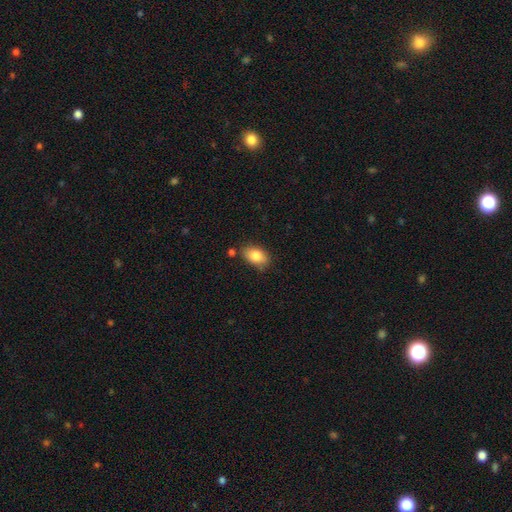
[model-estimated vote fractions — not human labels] A smooth galaxy with no disk features (85%) that is in between round and cigar-shaped (88%).

Vote fractions:
- Smooth or featured? smooth: 85% / featured or disk: 8% / star or artifact: 7%
- How rounded? in between: 88% / round: 11% / cigar-shaped: 2%
- Merging? none: 76% / minor disturbance: 15% / merger: 5% / major disturbance: 3%